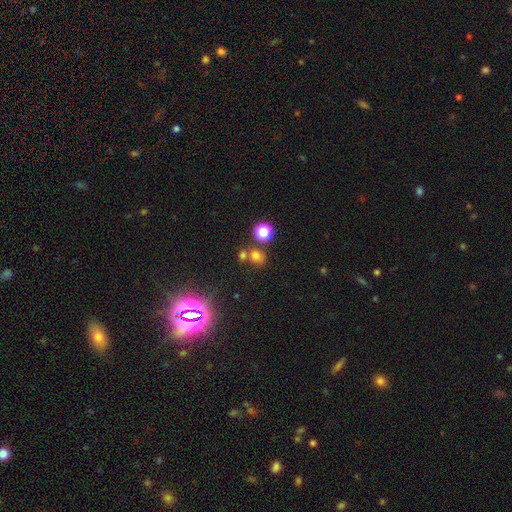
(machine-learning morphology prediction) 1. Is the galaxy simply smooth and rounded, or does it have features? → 65% smooth, 27% star or artifact, 8% featured or disk.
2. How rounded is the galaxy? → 74% round, 24% in between, 1% cigar-shaped.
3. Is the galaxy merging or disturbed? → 59% none, 28% merger, 9% minor disturbance, 4% major disturbance.